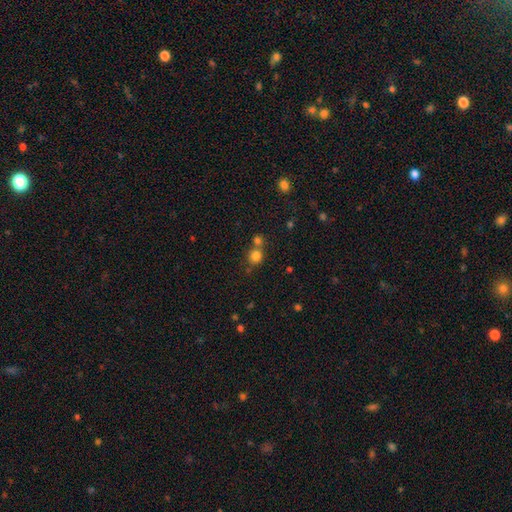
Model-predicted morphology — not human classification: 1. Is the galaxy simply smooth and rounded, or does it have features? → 80% smooth, 14% star or artifact, 6% featured or disk.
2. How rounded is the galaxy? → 86% round, 13% in between, 1% cigar-shaped.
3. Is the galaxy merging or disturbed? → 56% none, 33% merger, 8% minor disturbance, 3% major disturbance.